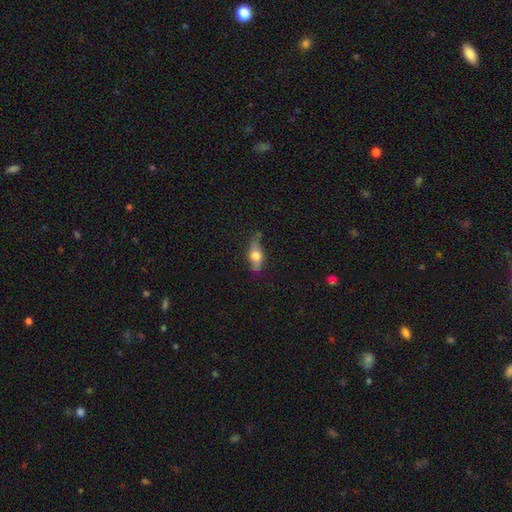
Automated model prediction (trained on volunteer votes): Overall: smooth (58%; featured or disk 35%). How rounded: in between (69%). Merging: none (69%).